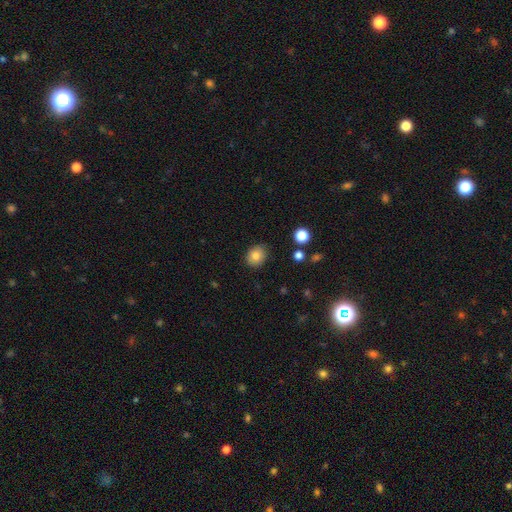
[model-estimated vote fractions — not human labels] A smooth galaxy with no disk features (82%) that is round (65%). Merging: none (86%).